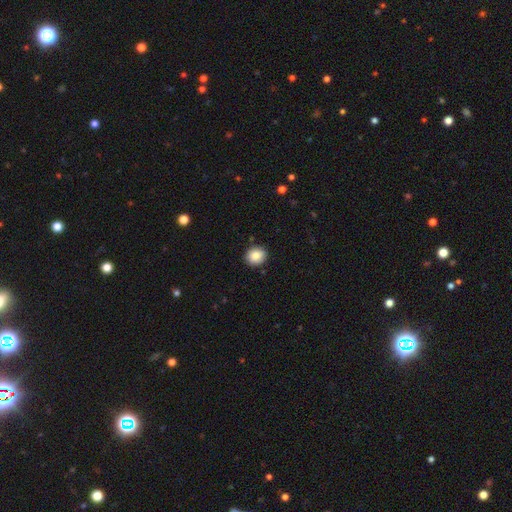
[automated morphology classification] A smooth galaxy with no disk features (87%) that is round (74%).

Vote fractions:
- Smooth or featured? smooth: 87% / star or artifact: 8% / featured or disk: 5%
- How rounded? round: 74% / in between: 25% / cigar-shaped: 1%
- Merging? none: 89% / minor disturbance: 8% / major disturbance: 2% / merger: 1%